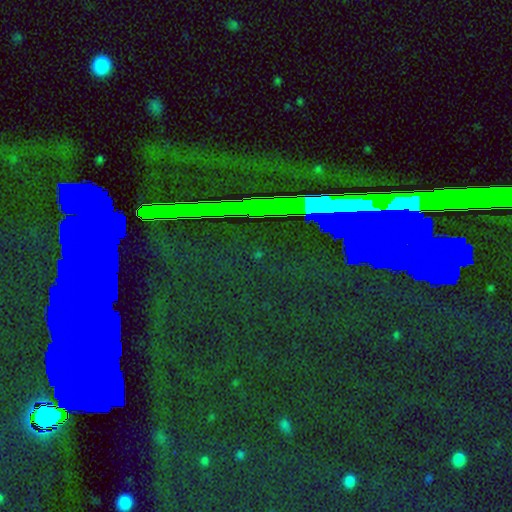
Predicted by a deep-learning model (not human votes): A star or artifact, not a galaxy (83%).

Vote fractions:
- Smooth or featured? star or artifact: 83% / featured or disk: 9% / smooth: 8%